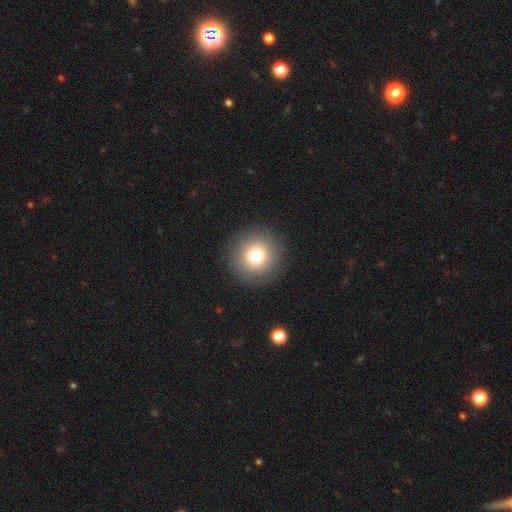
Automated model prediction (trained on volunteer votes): Smooth or featured? Predicted: smooth (p=0.81). How rounded? Predicted: round (p=0.95). Merging? Predicted: none (p=0.92).